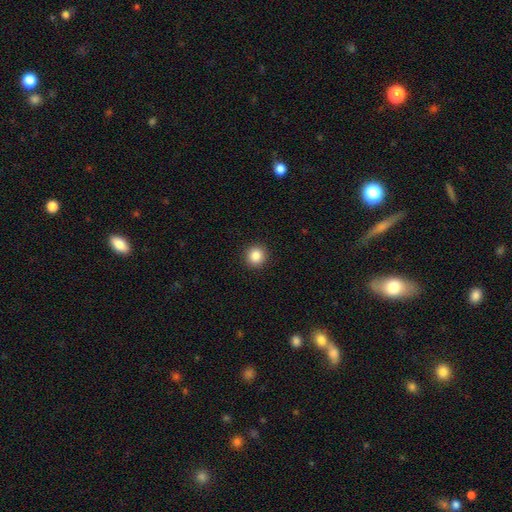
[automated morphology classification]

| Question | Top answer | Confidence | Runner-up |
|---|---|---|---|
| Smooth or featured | smooth | 86% | star or artifact (10%) |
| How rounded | round | 93% | in between (6%) |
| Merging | none | 93% | minor disturbance (5%) |